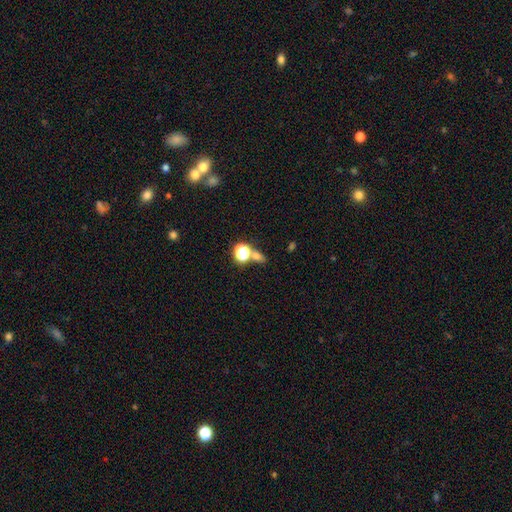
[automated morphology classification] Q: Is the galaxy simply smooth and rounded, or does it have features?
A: smooth — 59%.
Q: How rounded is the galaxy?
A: in between — 49%.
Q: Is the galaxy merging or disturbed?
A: none — 57%.